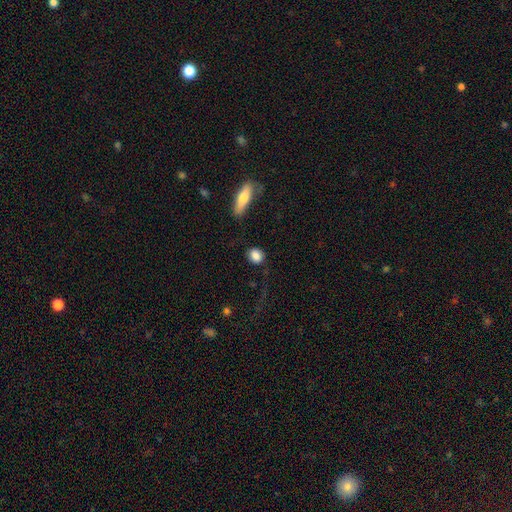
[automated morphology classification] Overall: smooth (86%). How rounded: round (61%; in between 36%). Merging: none (83%).